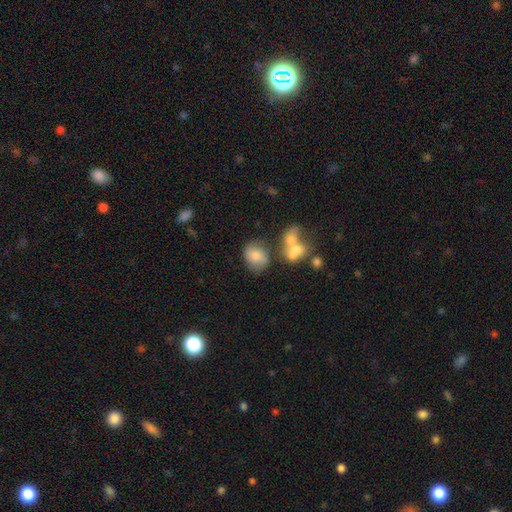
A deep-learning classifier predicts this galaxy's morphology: Q: Smooth or featured?
A: smooth (71%); runner-up: featured or disk (20%)
Q: How rounded?
A: round (51%); runner-up: in between (47%)
Q: Merging?
A: none (55%); runner-up: minor disturbance (20%)